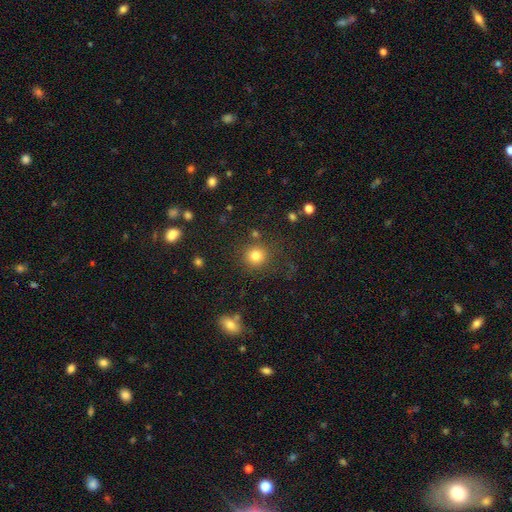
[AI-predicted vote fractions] smooth_or_featured: smooth (p=0.80) [alt: star or artifact p=0.14]
how_rounded: round (p=0.92) [alt: in between p=0.07]
merging: none (p=0.82) [alt: minor disturbance p=0.09]